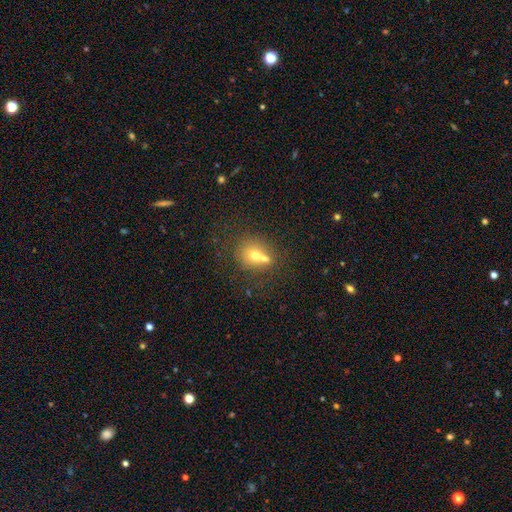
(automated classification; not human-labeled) Smooth or featured?
  - smooth: 64% *
  - featured or disk: 21%
  - star or artifact: 15%
How rounded?
  - round: 79% *
  - in between: 20%
  - cigar-shaped: 1%
Merging?
  - merger: 43% * (tied)
  - none: 43% * (tied)
  - minor disturbance: 9%
  - major disturbance: 4%